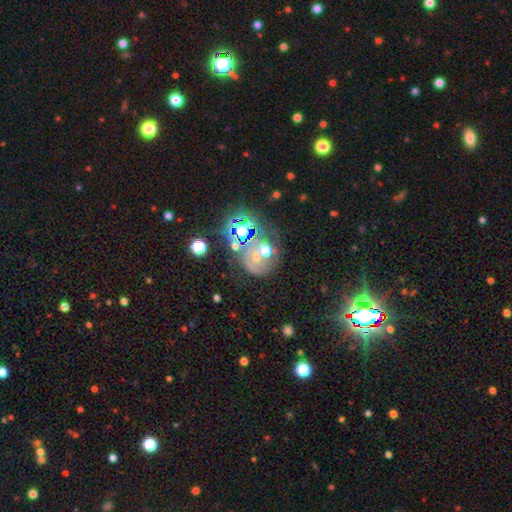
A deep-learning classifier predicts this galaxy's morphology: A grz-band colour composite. It shows a star or artifact, not a galaxy (39%).